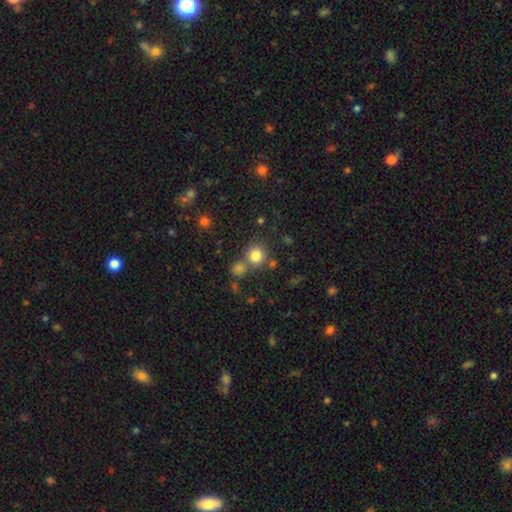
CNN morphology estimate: The model was most divided on "merging": none: 67%, merger: 21%, minor disturbance: 8%, major disturbance: 4%. More confident: how rounded — round (88%); smooth or featured — smooth (81%).